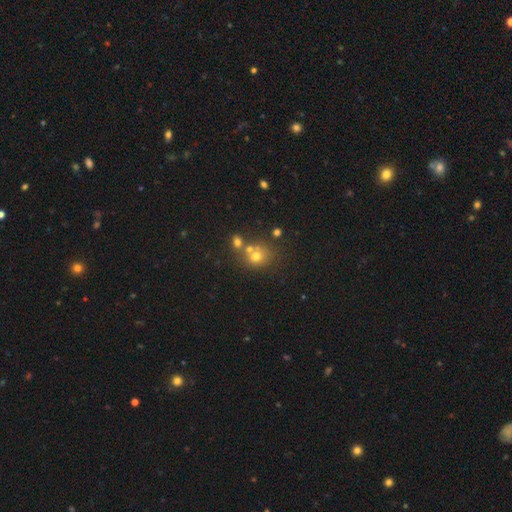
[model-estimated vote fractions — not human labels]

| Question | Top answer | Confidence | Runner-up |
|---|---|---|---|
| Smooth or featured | smooth | 65% | star or artifact (21%) |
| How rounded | round | 78% | in between (21%) |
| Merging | none | 50% | merger (36%) |